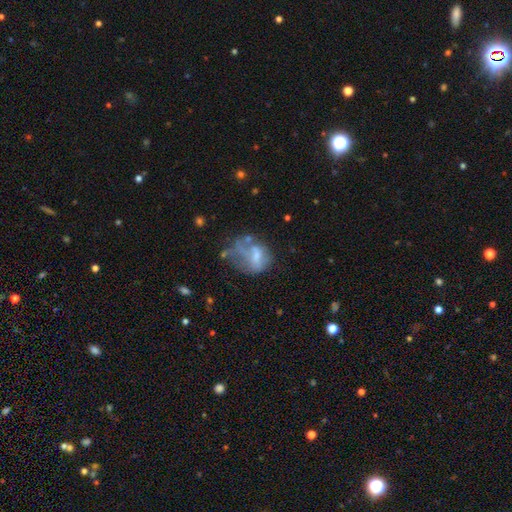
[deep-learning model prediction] A featured or disk galaxy (45%).

Vote fractions:
- Smooth or featured? featured or disk: 45% / smooth: 43% / star or artifact: 12%
- Merging? major disturbance: 41% / none: 23% / minor disturbance: 22% / merger: 15%